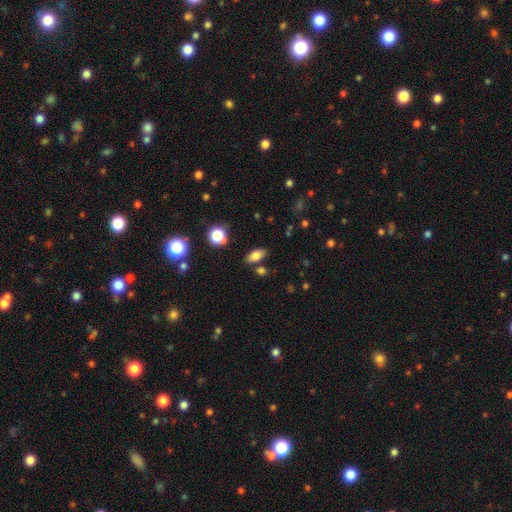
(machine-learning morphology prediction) Smooth or featured: smooth — 78% (star or artifact — 11%)
How rounded: in between — 87% (cigar-shaped — 7%)
Merging: none — 79% (minor disturbance — 11%)